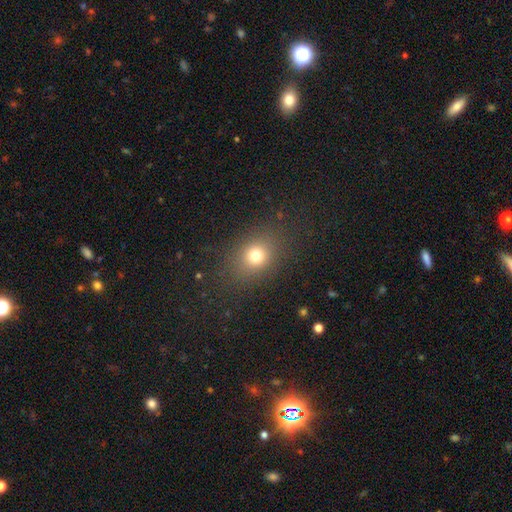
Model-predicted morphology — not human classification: Smooth or featured? Predicted: smooth (p=0.74). How rounded? Predicted: round (p=0.56). Merging? Predicted: none (p=0.83).